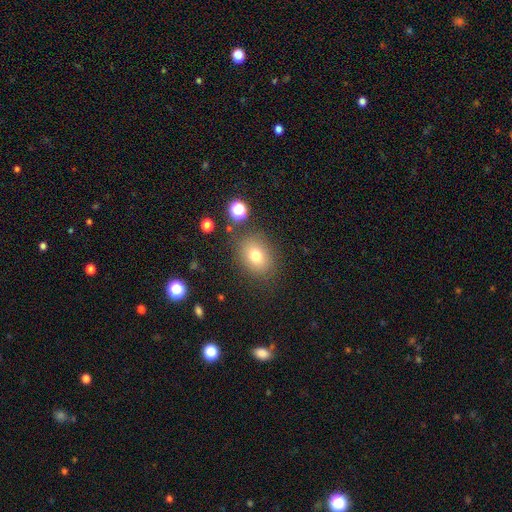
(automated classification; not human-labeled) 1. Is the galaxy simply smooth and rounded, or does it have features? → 77% smooth, 13% star or artifact, 10% featured or disk.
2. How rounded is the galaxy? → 54% in between, 45% round, 1% cigar-shaped.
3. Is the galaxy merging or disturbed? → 80% none, 12% minor disturbance, 4% major disturbance, 4% merger.